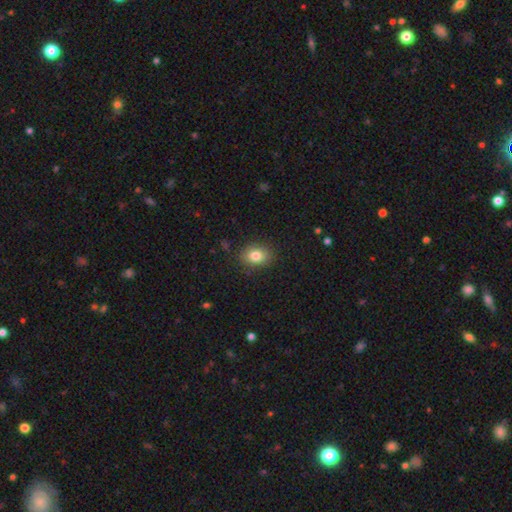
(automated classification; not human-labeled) smooth-or-featured: smooth: 82% | star or artifact: 10% | featured or disk: 8%
  how-rounded: in between: 59% | round: 40% | cigar-shaped: 1%
  merging: none: 87% | minor disturbance: 9% | major disturbance: 3% | merger: 1%